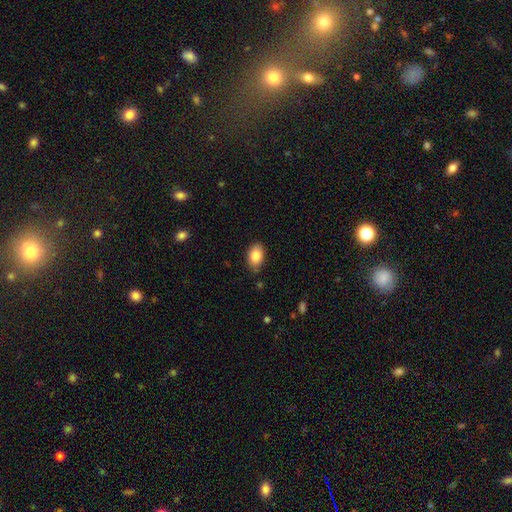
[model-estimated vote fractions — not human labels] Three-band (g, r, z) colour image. It shows a smooth galaxy with no disk features (85%) that is in between round and cigar-shaped (87%). Merging: none (81%).